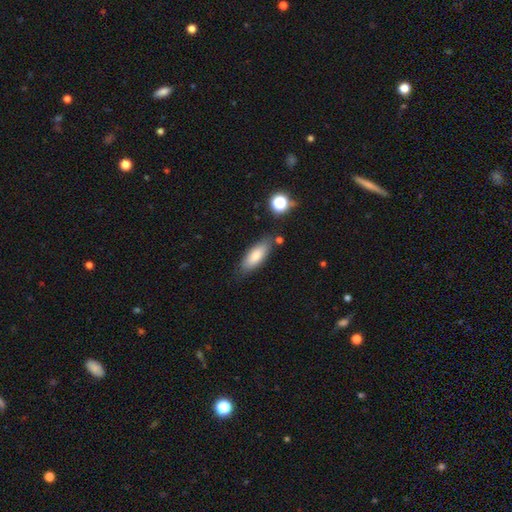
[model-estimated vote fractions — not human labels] This appears to be a smooth galaxy with no disk features (81%) that is in between round and cigar-shaped (68%). Merging: none (77%).